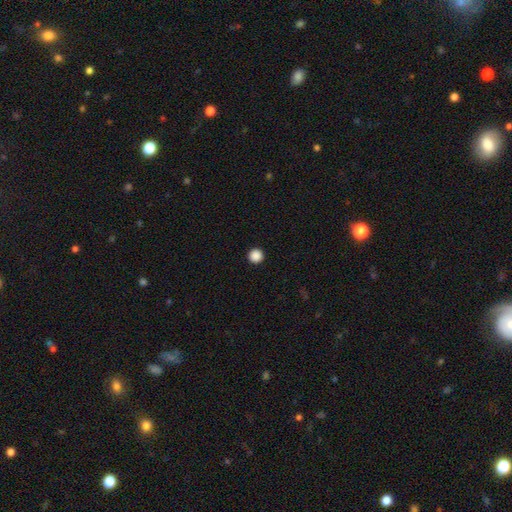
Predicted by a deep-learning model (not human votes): A smooth galaxy with no disk features (88%) that is round (97%).

Vote fractions:
- Smooth or featured? smooth: 88% / star or artifact: 10% / featured or disk: 2%
- How rounded? round: 97% / in between: 2% / cigar-shaped: 1%
- Merging? none: 94% / minor disturbance: 3% / major disturbance: 1% / merger: 1%